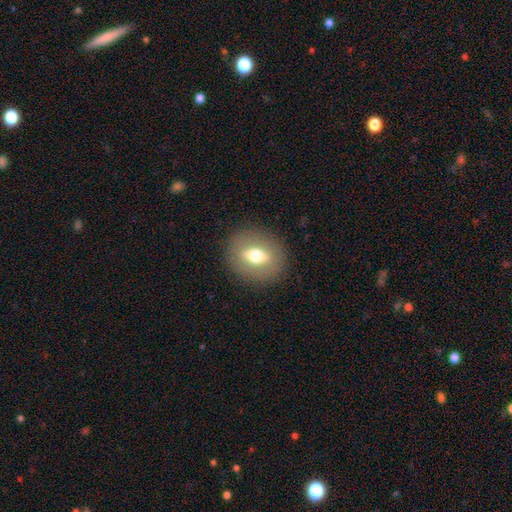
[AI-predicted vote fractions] A smooth galaxy with no disk features (52%) that is round (54%).

Vote fractions:
- Smooth or featured? smooth: 52% / featured or disk: 39% / star or artifact: 9%
- How rounded? round: 54% / in between: 44% / cigar-shaped: 3%
- Merging? none: 87% / minor disturbance: 8% / major disturbance: 4% / merger: 1%